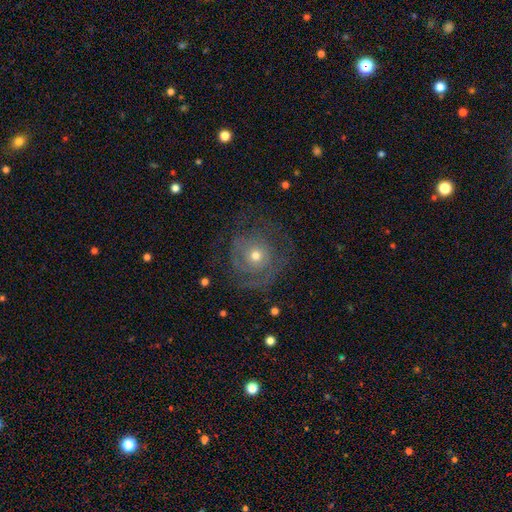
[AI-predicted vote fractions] A featured or disk galaxy (60%) with no bar (87%), spiral arms (66%) and a moderate central bulge (51%). Merging: none (61%).